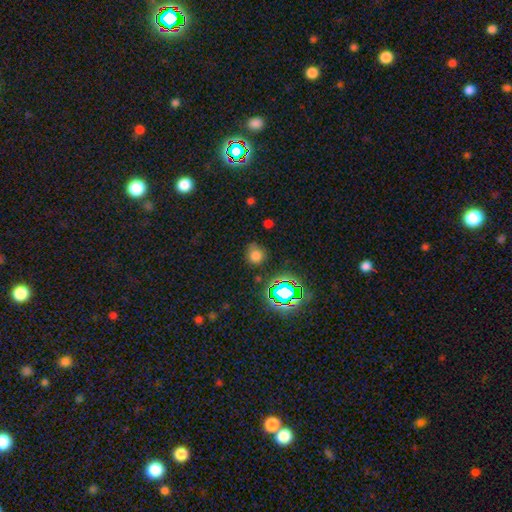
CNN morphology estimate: Smooth or featured? Predicted: smooth (p=0.69). How rounded? Predicted: round (p=0.85). Merging? Predicted: none (p=0.74).